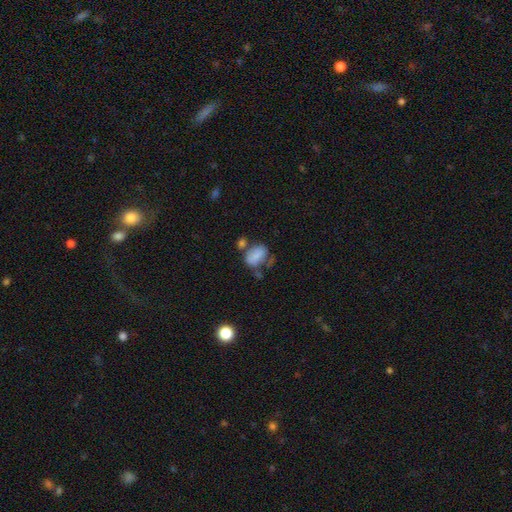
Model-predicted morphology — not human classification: A smooth galaxy with no disk features (78%) that is in between round and cigar-shaped (83%). Merging: none (40%).